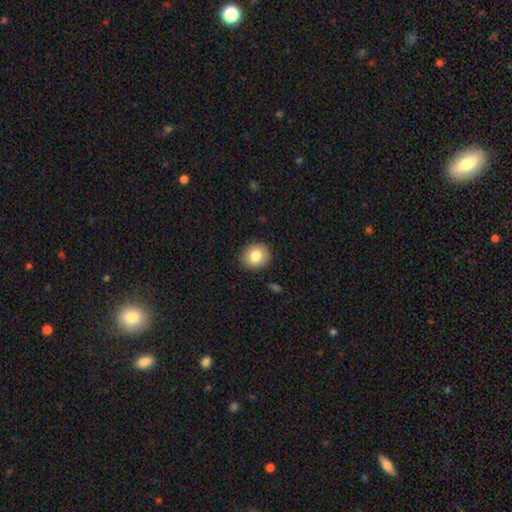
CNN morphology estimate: Smooth or featured? Predicted: smooth (p=0.81). How rounded? Predicted: round (p=0.84). Merging? Predicted: none (p=0.90).